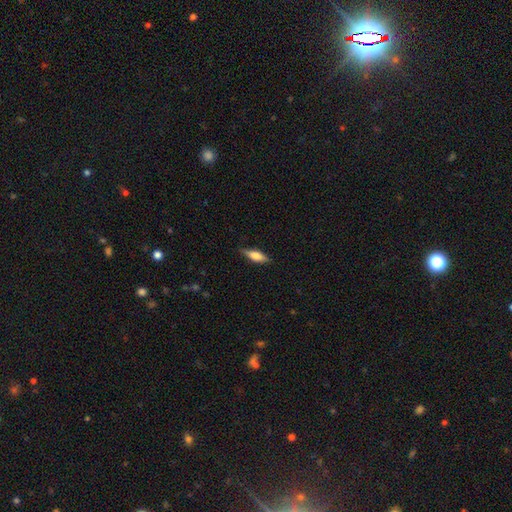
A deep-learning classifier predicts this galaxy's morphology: The model was most divided on "how rounded": cigar-shaped: 51%, in between: 47%, round: 3%. More confident: merging — none (82%); smooth or featured — smooth (60%).